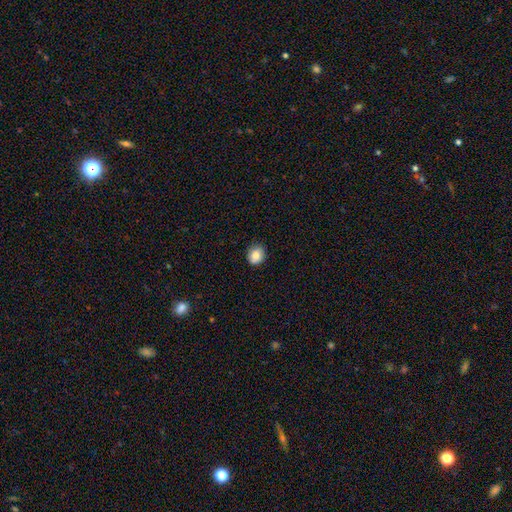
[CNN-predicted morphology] A smooth galaxy with no disk features (82%) that is round (72%).

Vote fractions:
- Smooth or featured? smooth: 82% / star or artifact: 9% / featured or disk: 9%
- How rounded? round: 72% / in between: 27% / cigar-shaped: 1%
- Merging? none: 83% / minor disturbance: 13% / major disturbance: 2% / merger: 1%